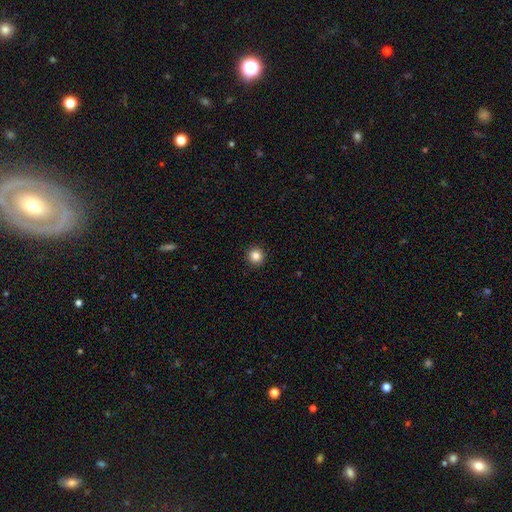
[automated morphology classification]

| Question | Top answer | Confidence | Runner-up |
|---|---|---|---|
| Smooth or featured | smooth | 85% | star or artifact (11%) |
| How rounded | round | 96% | in between (3%) |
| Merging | none | 93% | minor disturbance (4%) |